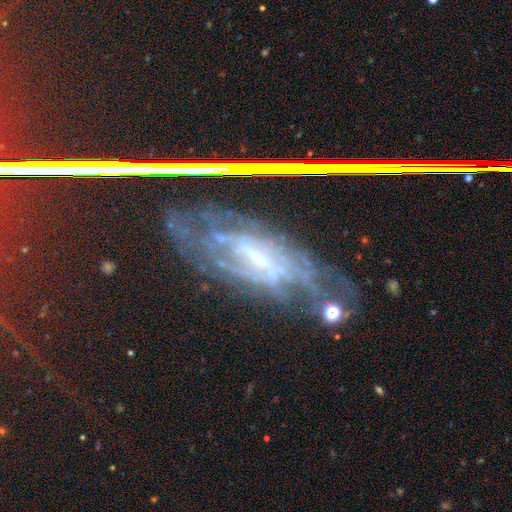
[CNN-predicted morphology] This is likely a featured or disk galaxy (76%). It is clearly not viewed edge-on (88%). Bar: marginally weak (42%). Spiral arm pattern: clearly yes (82%). Spiral arm count: possibly can't tell (47%). Spiral winding: marginally tight (43%). Central bulge: marginally small (44%). Merging: possibly none (52%).